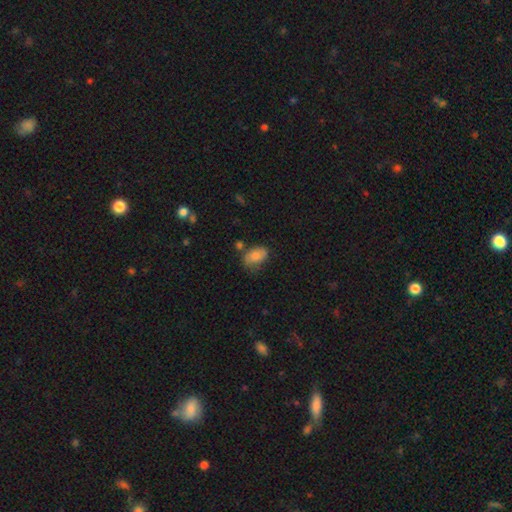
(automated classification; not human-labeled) Q: Smooth or featured?
A: smooth (75%); runner-up: featured or disk (17%)
Q: How rounded?
A: in between (87%); runner-up: round (11%)
Q: Merging?
A: none (52%); runner-up: minor disturbance (31%)